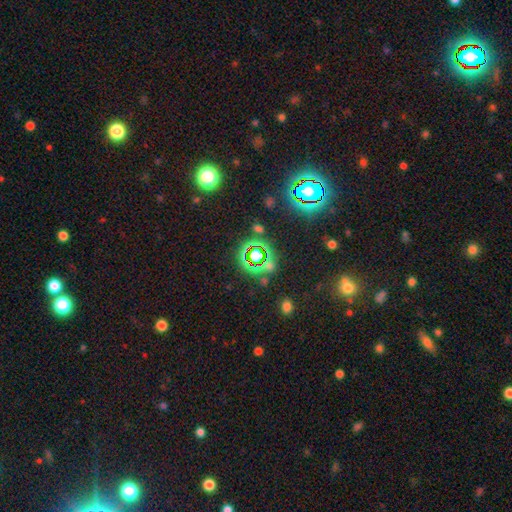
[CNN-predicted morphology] Smooth or featured? Predicted: star or artifact (p=0.70).